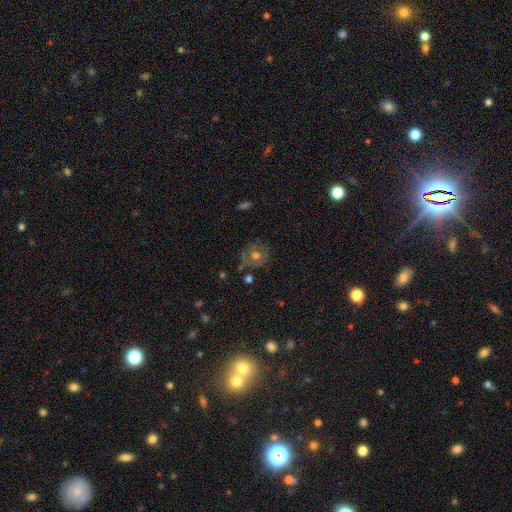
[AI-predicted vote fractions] Overall: smooth (45%; featured or disk 40%). Merging: none (75%).